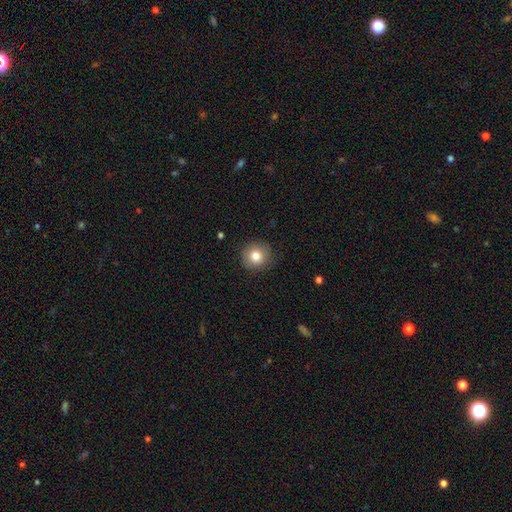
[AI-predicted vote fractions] The model was most divided on "smooth or featured": smooth: 82%, star or artifact: 10%, featured or disk: 8%. More confident: how rounded — round (91%); merging — none (88%).